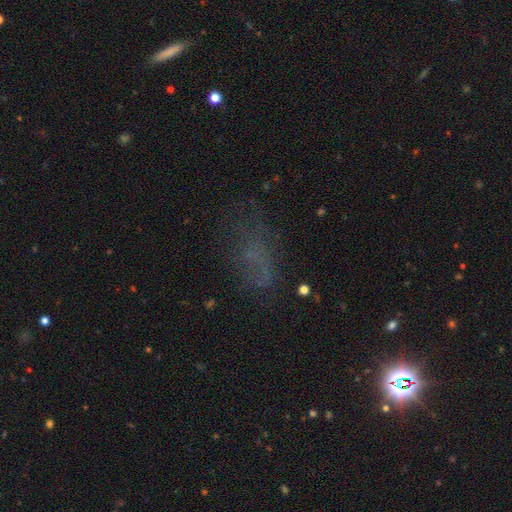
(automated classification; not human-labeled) Morphology: type=smooth (40%); merging=none (49%).